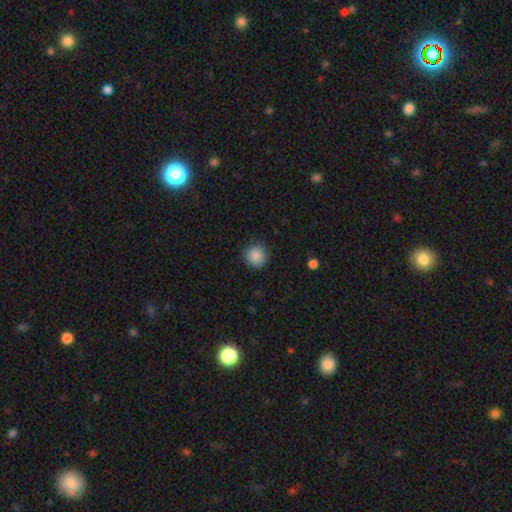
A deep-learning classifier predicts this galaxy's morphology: A smooth galaxy with no disk features (88%) that is round (93%).

Vote fractions:
- Smooth or featured? smooth: 88% / star or artifact: 9% / featured or disk: 4%
- How rounded? round: 93% / in between: 6% / cigar-shaped: 1%
- Merging? none: 87% / minor disturbance: 9% / major disturbance: 2% / merger: 1%